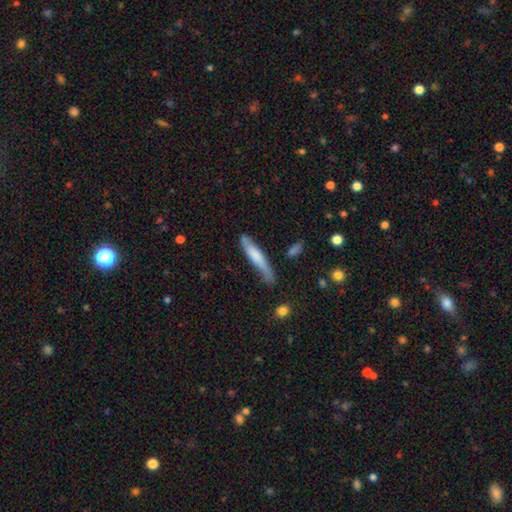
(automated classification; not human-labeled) smooth 61%, featured or disk 33%, star or artifact 6%. Down the decision tree: how rounded — cigar-shaped (88%); merging — none (61%).